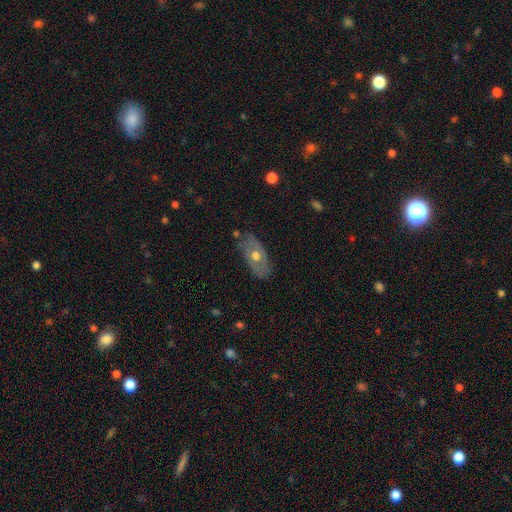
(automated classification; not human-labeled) smooth_or_featured: featured or disk (p=0.55) [alt: smooth p=0.38]
disk_edge_on: no (p=0.82) [alt: yes p=0.18]
merging: none (p=0.75) [alt: minor disturbance p=0.18]